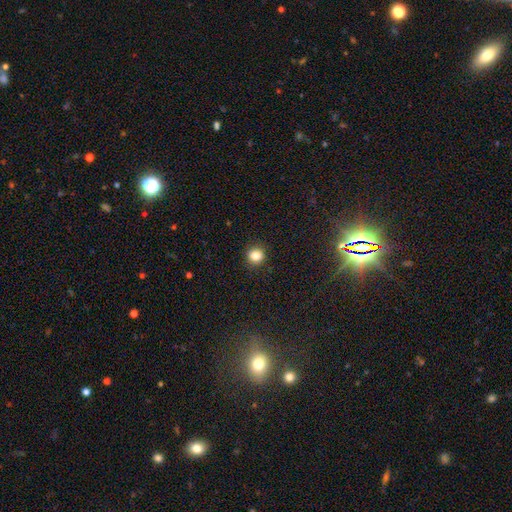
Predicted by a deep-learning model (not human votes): Smooth or featured?
  - smooth: 84% *
  - star or artifact: 11%
  - featured or disk: 4%
How rounded?
  - round: 90% *
  - in between: 9%
  - cigar-shaped: 1%
Merging?
  - none: 91% *
  - minor disturbance: 6%
  - major disturbance: 2%
  - merger: 1%